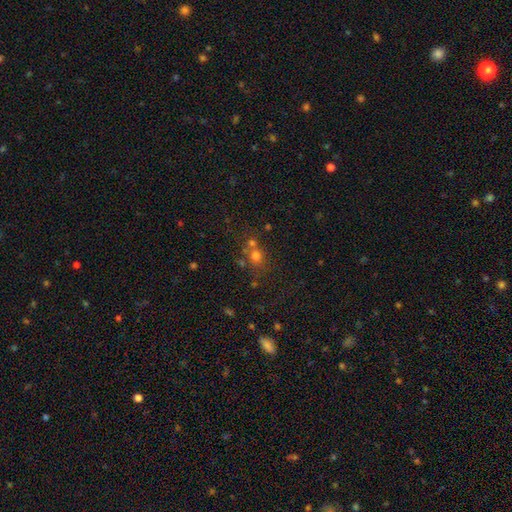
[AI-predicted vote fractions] smooth 66%, star or artifact 22%, featured or disk 12%. Down the decision tree: how rounded — round (78%); merging — none (53%).